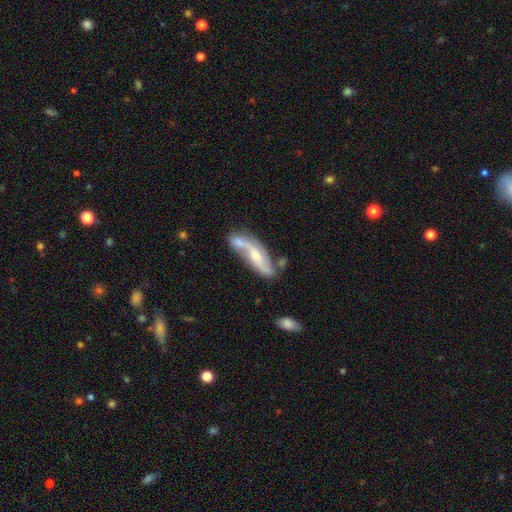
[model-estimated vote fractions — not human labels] Morphology: type=featured or disk (70%); edge-on=no (81%); bar=no (48%); spiral arms=yes (89%); winding=loose (67%); arm count=2 (85%); bulge=moderate (47%); merging=none (46%).